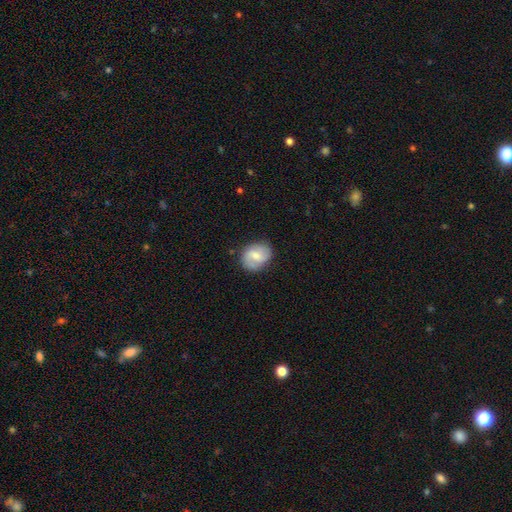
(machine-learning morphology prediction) Smooth or featured?
  - smooth: 54% *
  - featured or disk: 39%
  - star or artifact: 7%
How rounded?
  - round: 54% *
  - in between: 45%
  - cigar-shaped: 1%
Merging?
  - none: 76% *
  - minor disturbance: 17%
  - major disturbance: 5%
  - merger: 1%